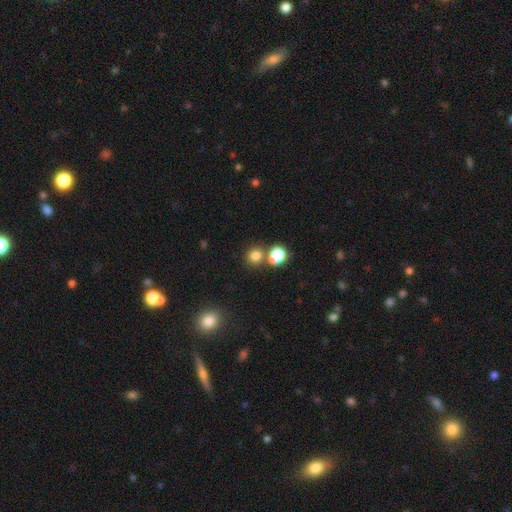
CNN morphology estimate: smooth_or_featured: smooth (p=0.79) [alt: star or artifact p=0.15]
how_rounded: round (p=0.79) [alt: in between p=0.20]
merging: none (p=0.59) [alt: merger p=0.29]